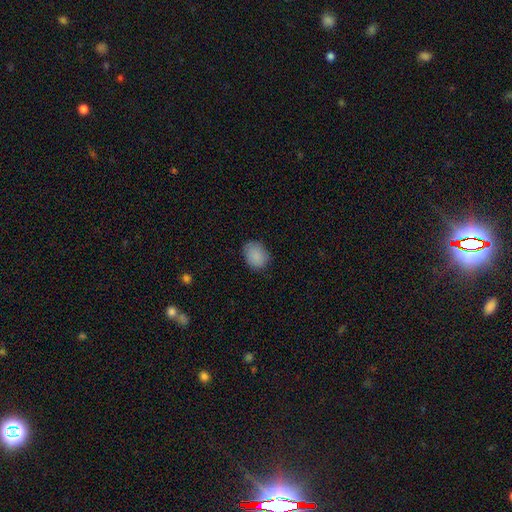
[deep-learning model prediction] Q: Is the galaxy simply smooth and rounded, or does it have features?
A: smooth — 88%.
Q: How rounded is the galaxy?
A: in between — 59%.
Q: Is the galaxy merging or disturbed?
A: none — 80%.